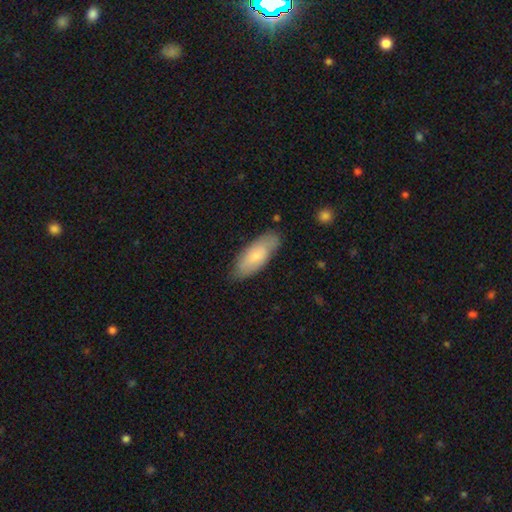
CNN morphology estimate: This appears to be a smooth galaxy with no disk features (72%) that is in between round and cigar-shaped (78%). Merging: none (77%).